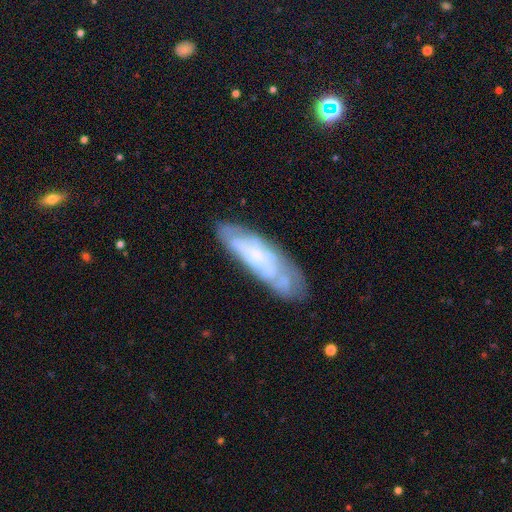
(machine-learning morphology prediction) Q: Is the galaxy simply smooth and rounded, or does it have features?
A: featured or disk — 55%.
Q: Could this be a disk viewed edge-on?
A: no — 73%.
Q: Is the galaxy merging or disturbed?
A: none — 65%.